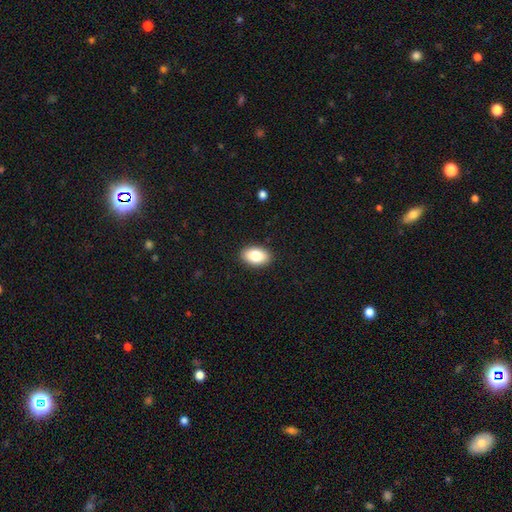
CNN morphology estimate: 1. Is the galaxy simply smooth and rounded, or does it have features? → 84% smooth, 9% featured or disk, 7% star or artifact.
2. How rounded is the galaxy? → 90% in between, 9% round, 1% cigar-shaped.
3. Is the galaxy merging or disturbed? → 90% none, 7% minor disturbance, 2% major disturbance, 1% merger.